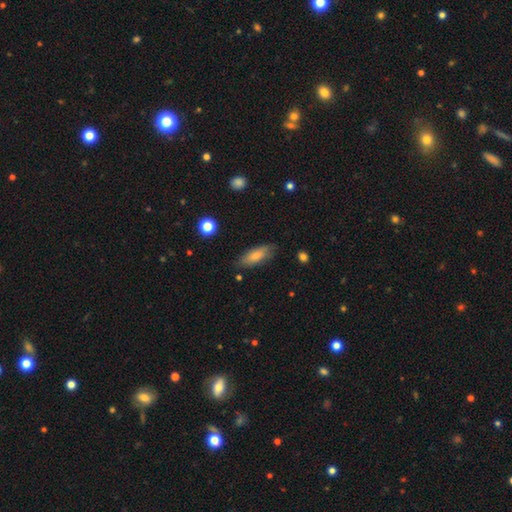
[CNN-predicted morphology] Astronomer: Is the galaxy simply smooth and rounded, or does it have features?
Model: smooth — 73%.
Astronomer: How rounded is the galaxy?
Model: in between — 67%.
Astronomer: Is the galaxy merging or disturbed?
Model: none — 78%.